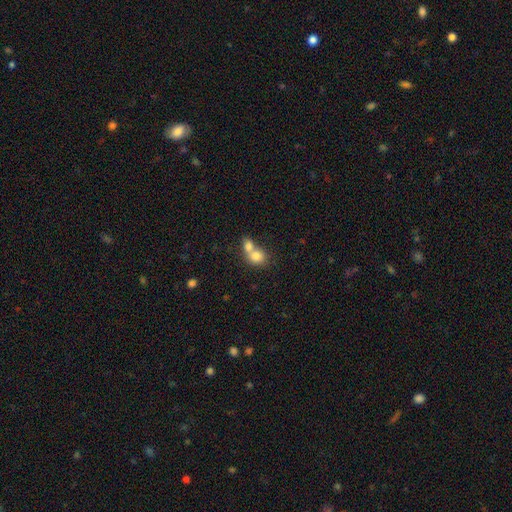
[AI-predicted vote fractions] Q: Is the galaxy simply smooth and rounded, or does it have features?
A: smooth — 77%.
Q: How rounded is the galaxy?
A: round — 60%.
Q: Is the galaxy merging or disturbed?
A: merger — 69%.